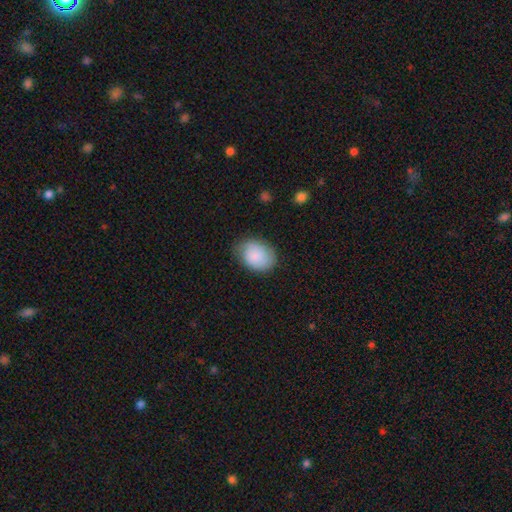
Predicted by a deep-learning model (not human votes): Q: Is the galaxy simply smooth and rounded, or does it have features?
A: smooth — 83%.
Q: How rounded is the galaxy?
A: in between — 66%.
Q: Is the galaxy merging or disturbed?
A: none — 73%.